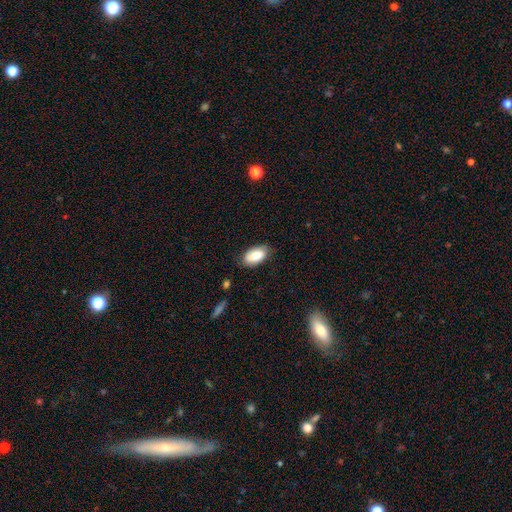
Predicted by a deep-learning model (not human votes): A smooth galaxy with no disk features (83%) that is in between round and cigar-shaped (94%). Merging: none (77%).